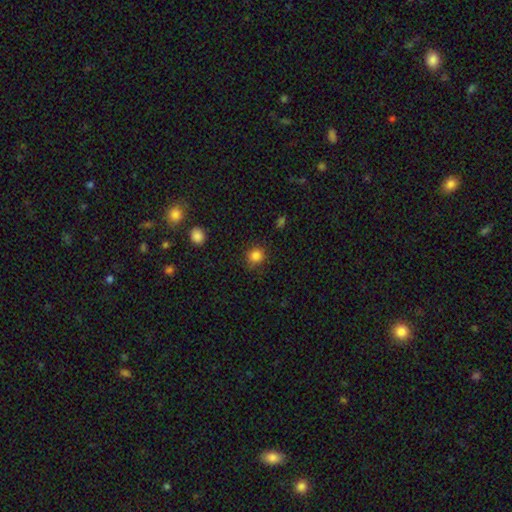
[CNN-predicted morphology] Smooth or featured?
  - smooth: 84% *
  - star or artifact: 12%
  - featured or disk: 4%
How rounded?
  - round: 87% *
  - in between: 12%
  - cigar-shaped: 1%
Merging?
  - none: 84% *
  - minor disturbance: 11%
  - major disturbance: 3%
  - merger: 1%